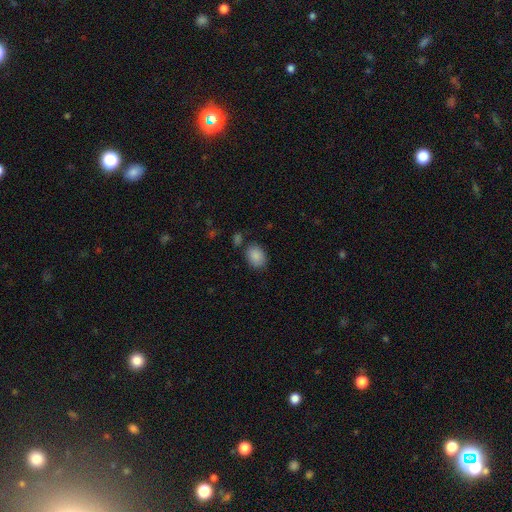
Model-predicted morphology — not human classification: This appears to be a smooth galaxy with no disk features (88%) that is in between round and cigar-shaped (67%). Merging: none (78%).